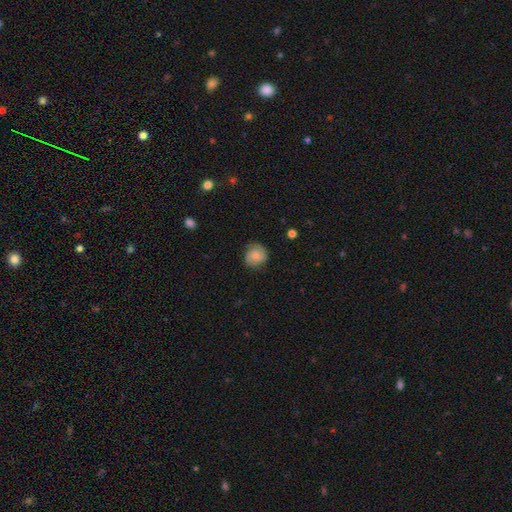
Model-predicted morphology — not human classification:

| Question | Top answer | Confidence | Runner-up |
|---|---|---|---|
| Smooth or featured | smooth | 62% | featured or disk (30%) |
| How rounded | round | 84% | in between (15%) |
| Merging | none | 73% | minor disturbance (20%) |